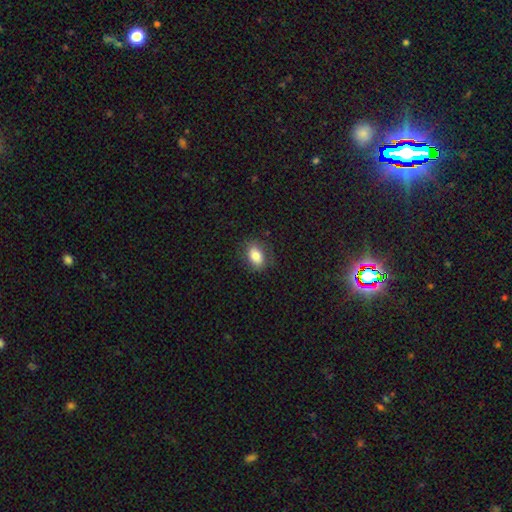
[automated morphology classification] Smooth or featured?
  - smooth: 82% *
  - featured or disk: 10%
  - star or artifact: 8%
How rounded?
  - in between: 83% *
  - round: 15%
  - cigar-shaped: 2%
Merging?
  - none: 79% *
  - minor disturbance: 15%
  - major disturbance: 5%
  - merger: 1%